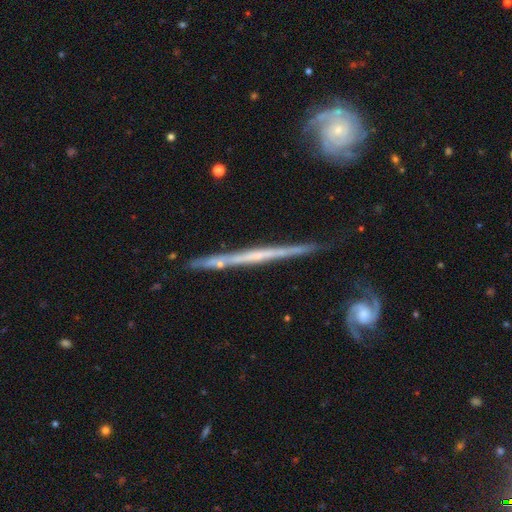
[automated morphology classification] Overall: featured or disk (77%). Edge-on disk: yes (93%). Edge-on bulge: none (82%). Merging: none (79%).